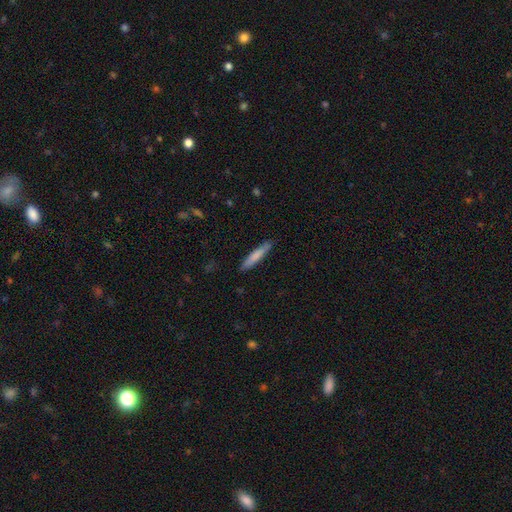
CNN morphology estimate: A smooth galaxy with no disk features (76%) that is cigar-shaped (92%). Merging: none (86%).